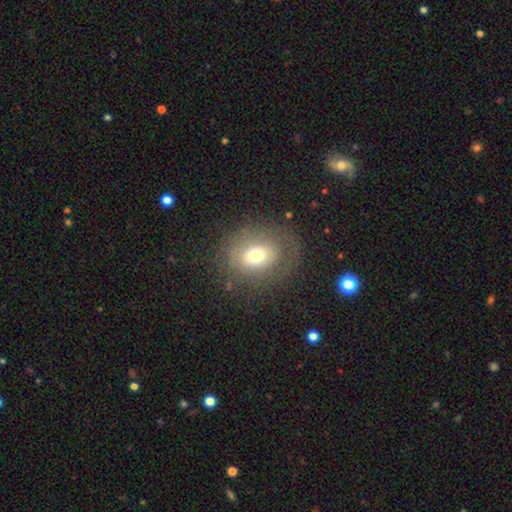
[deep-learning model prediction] Morphology: type=smooth (60%); roundness=round (57%); merging=none (70%).